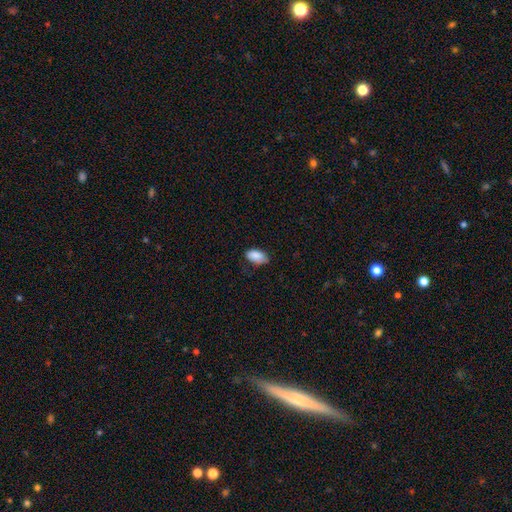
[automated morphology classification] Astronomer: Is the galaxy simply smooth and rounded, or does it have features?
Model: smooth — 87%.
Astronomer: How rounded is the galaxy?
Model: in between — 94%.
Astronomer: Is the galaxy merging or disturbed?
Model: none — 66%.